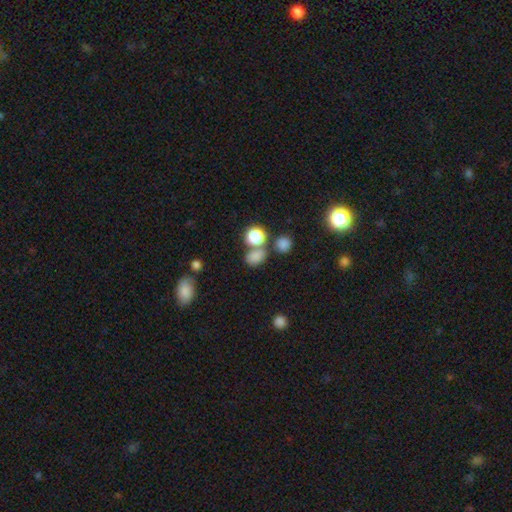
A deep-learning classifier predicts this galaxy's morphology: Q: Smooth or featured?
A: smooth (78%); runner-up: star or artifact (16%)
Q: How rounded?
A: round (50%); runner-up: in between (49%)
Q: Merging?
A: none (51%); runner-up: merger (31%)